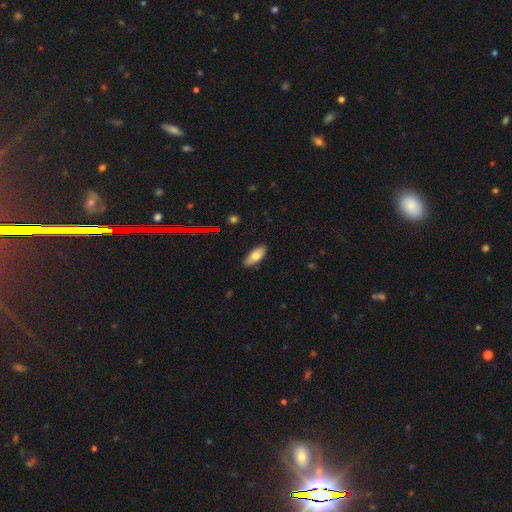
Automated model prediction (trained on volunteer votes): Smooth or featured?
  - smooth: 77% *
  - featured or disk: 16%
  - star or artifact: 8%
How rounded?
  - in between: 83% *
  - cigar-shaped: 14%
  - round: 2%
Merging?
  - none: 85% *
  - minor disturbance: 12%
  - major disturbance: 2%
  - merger: 1%